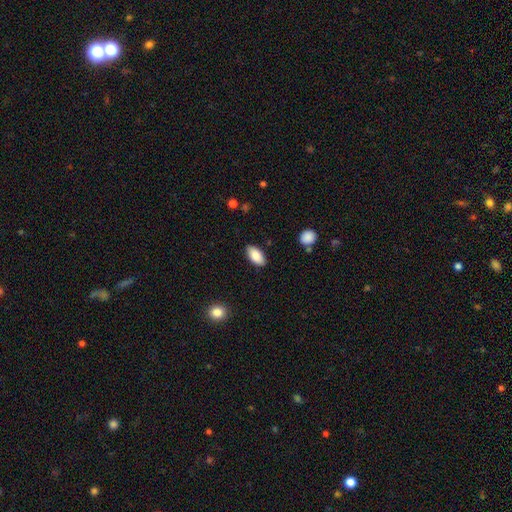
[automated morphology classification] A smooth galaxy with no disk features (87%) that is in between round and cigar-shaped (93%).

Vote fractions:
- Smooth or featured? smooth: 87% / star or artifact: 6% / featured or disk: 6%
- How rounded? in between: 93% / cigar-shaped: 4% / round: 2%
- Merging? none: 86% / minor disturbance: 11% / major disturbance: 2% / merger: 1%